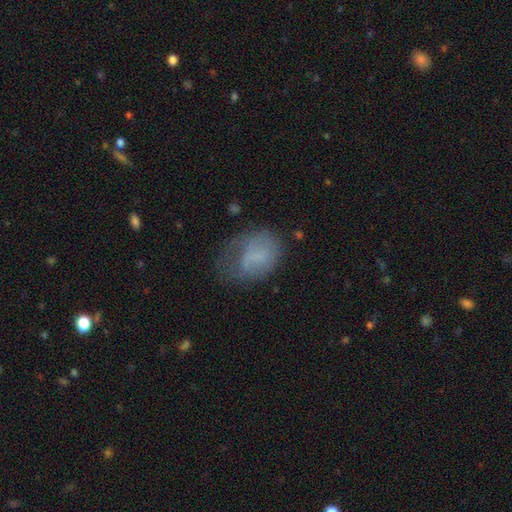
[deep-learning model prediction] Smooth or featured?
  - smooth: 60% *
  - featured or disk: 28%
  - star or artifact: 12%
How rounded?
  - in between: 77% *
  - round: 22%
  - cigar-shaped: 2%
Merging?
  - none: 38% *
  - minor disturbance: 31%
  - major disturbance: 28%
  - merger: 3%